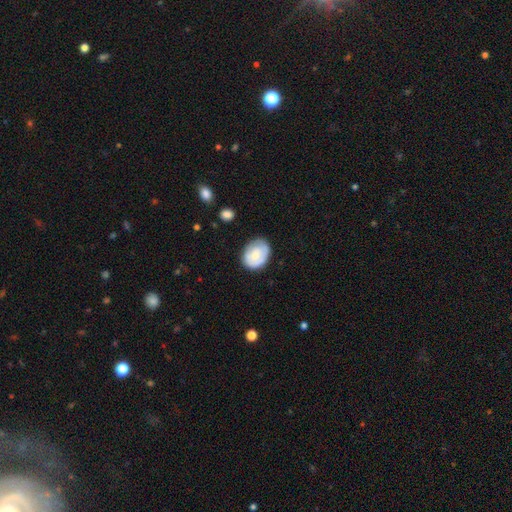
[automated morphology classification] Overall: smooth (58%; featured or disk 36%). How rounded: in between (60%; round 39%). Merging: none (68%).